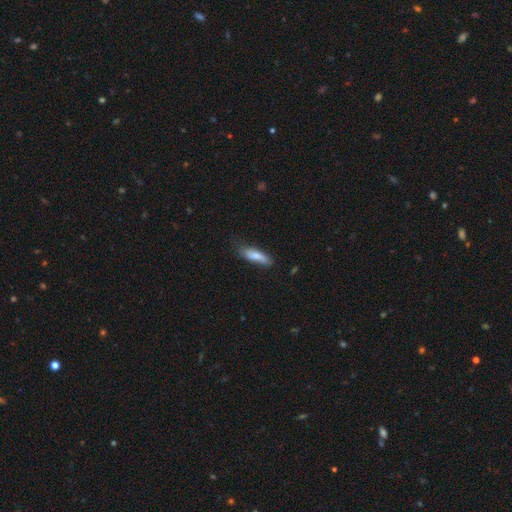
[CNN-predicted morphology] Smooth or featured? Predicted: smooth (p=0.75). How rounded? Predicted: cigar-shaped (p=0.59). Merging? Predicted: none (p=0.66).